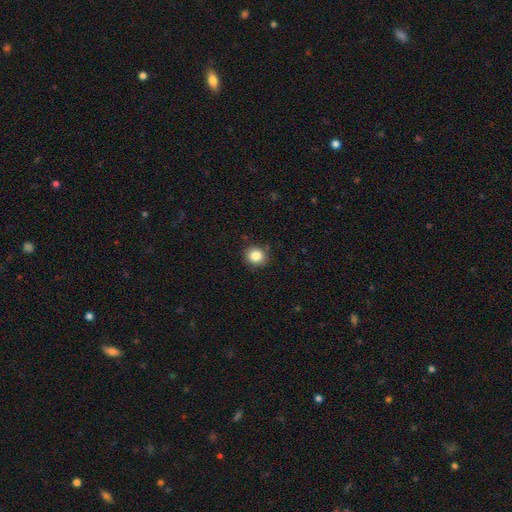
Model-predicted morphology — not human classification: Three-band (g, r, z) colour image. It shows a smooth galaxy with no disk features (84%) that is round (82%). Merging: none (87%).